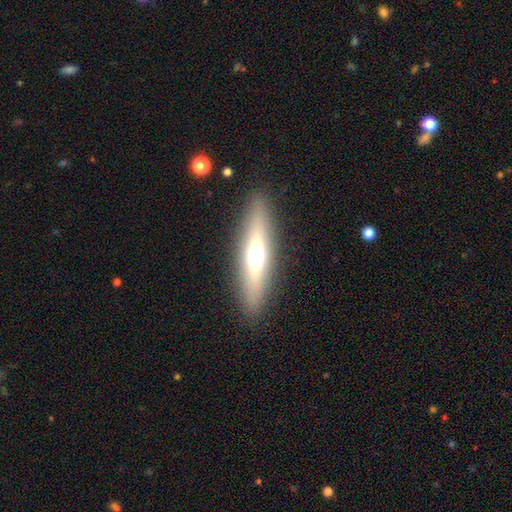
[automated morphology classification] Smooth or featured? Predicted: featured or disk (p=0.51). Edge-on disk? Predicted: yes (p=0.86). Merging? Predicted: none (p=0.89).